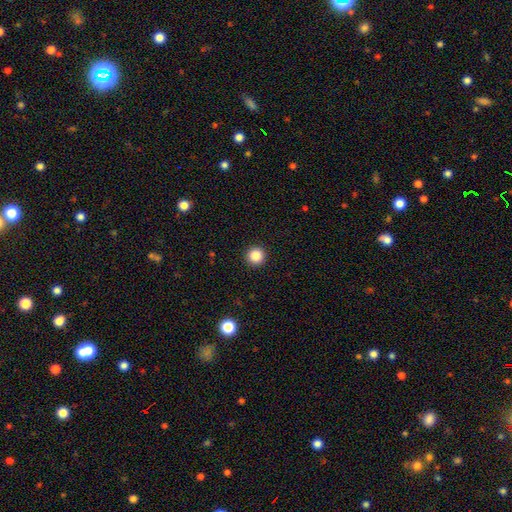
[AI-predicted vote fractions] smooth-or-featured: smooth: 86% | star or artifact: 11% | featured or disk: 3%
  how-rounded: round: 96% | in between: 3% | cigar-shaped: 1%
  merging: none: 93% | minor disturbance: 4% | major disturbance: 2% | merger: 1%